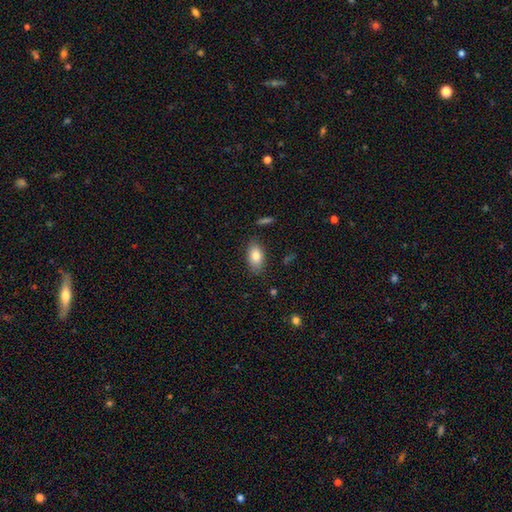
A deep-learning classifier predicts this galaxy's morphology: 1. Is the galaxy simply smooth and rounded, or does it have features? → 81% smooth, 12% featured or disk, 7% star or artifact.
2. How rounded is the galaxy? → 91% in between, 6% round, 3% cigar-shaped.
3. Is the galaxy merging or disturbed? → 84% none, 12% minor disturbance, 3% major disturbance, 2% merger.